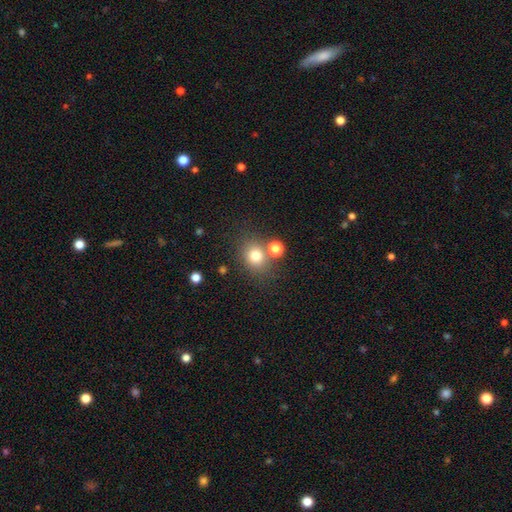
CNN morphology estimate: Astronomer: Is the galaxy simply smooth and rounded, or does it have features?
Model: smooth — 76%.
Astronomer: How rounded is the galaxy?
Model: round — 74%.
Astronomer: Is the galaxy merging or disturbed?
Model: none — 69%.